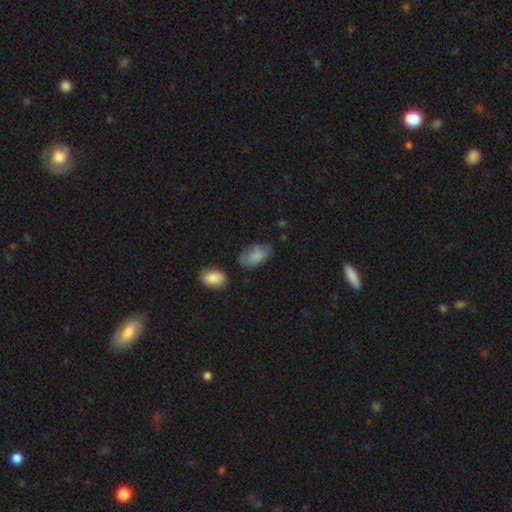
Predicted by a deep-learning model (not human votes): This appears to be a smooth galaxy with no disk features (83%) that is in between round and cigar-shaped (94%). Merging: none (62%).